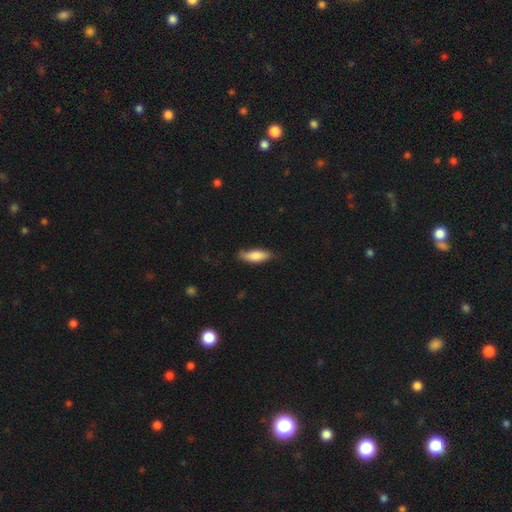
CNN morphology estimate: smooth-or-featured: smooth: 80% | featured or disk: 14% | star or artifact: 6%
  how-rounded: in between: 65% | cigar-shaped: 33% | round: 2%
  merging: none: 68% | minor disturbance: 26% | major disturbance: 4% | merger: 2%